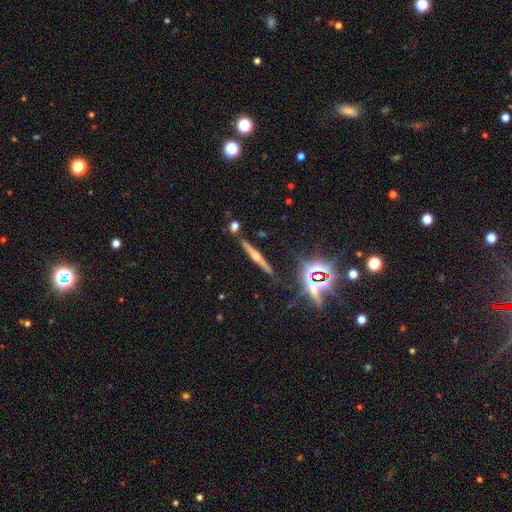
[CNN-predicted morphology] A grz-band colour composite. It shows a featured or disk galaxy (51%) viewed edge-on (88%). Merging: none (79%).